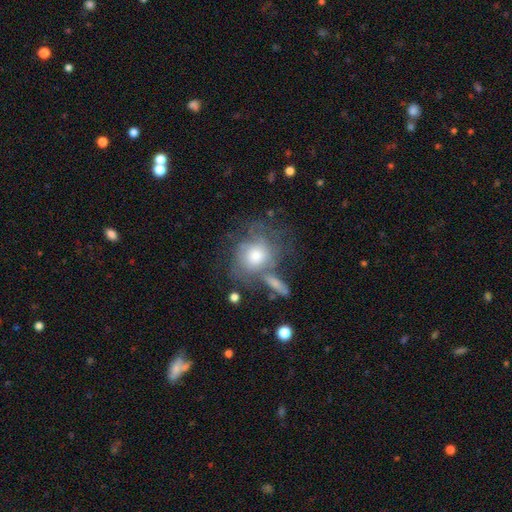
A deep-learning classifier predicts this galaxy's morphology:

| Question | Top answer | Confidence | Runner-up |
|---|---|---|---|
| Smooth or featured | smooth | 46% | featured or disk (44%) |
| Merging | none | 42% | major disturbance (21%) |